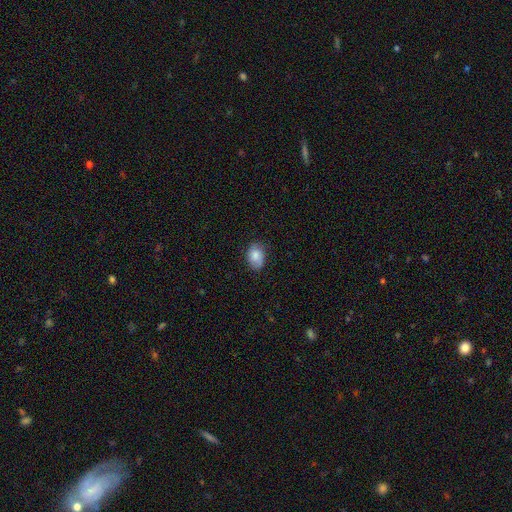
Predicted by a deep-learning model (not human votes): Smooth or featured: smooth — 77% (featured or disk — 15%)
How rounded: in between — 75% (round — 24%)
Merging: none — 71% (minor disturbance — 23%)